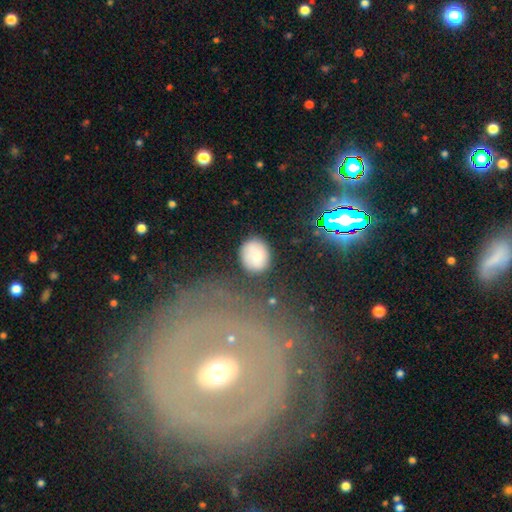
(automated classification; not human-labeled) Smooth or featured: smooth — 71% (featured or disk — 20%)
How rounded: round — 71% (in between — 28%)
Merging: none — 71% (minor disturbance — 18%)